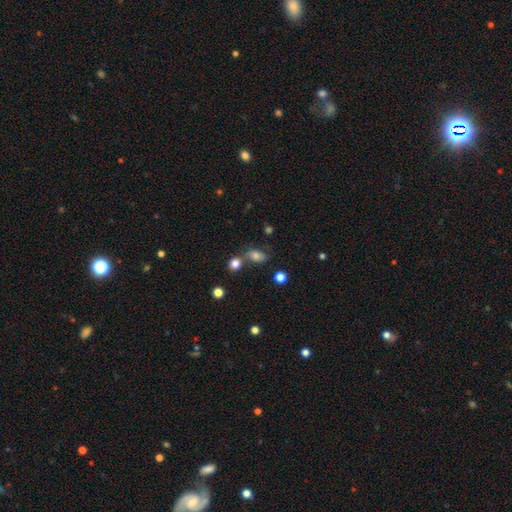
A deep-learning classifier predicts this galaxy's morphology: This is likely a smooth galaxy (69%). How rounded: likely in between (73%). Merging: possibly none (57%).